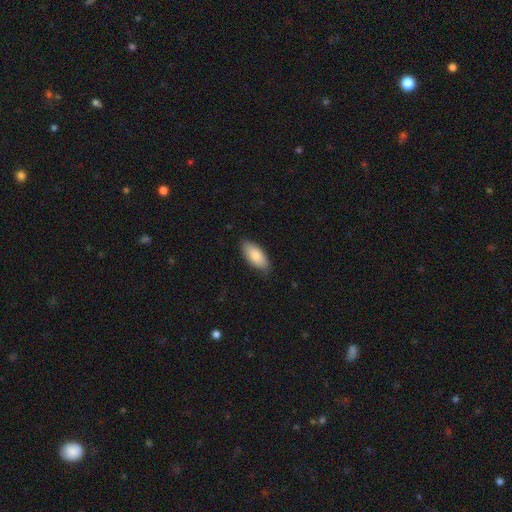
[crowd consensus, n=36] This appears to be a smooth galaxy with no disk features (94%) that is in between round and cigar-shaped (94%). Merging: none (91%).